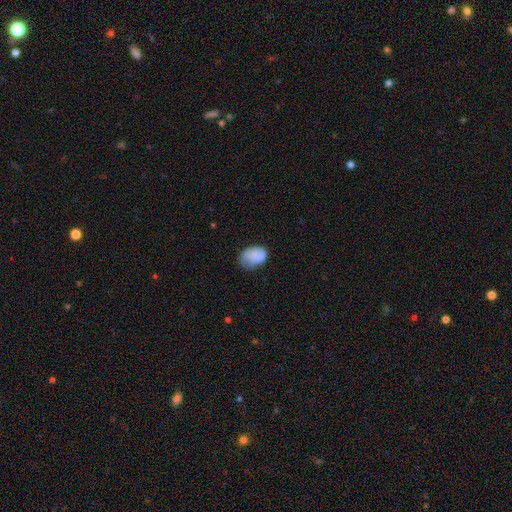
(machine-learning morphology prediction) Smooth or featured?
  - smooth: 75% *
  - featured or disk: 17%
  - star or artifact: 9%
How rounded?
  - in between: 77% *
  - round: 21%
  - cigar-shaped: 1%
Merging?
  - none: 50% *
  - minor disturbance: 35%
  - major disturbance: 13%
  - merger: 2%